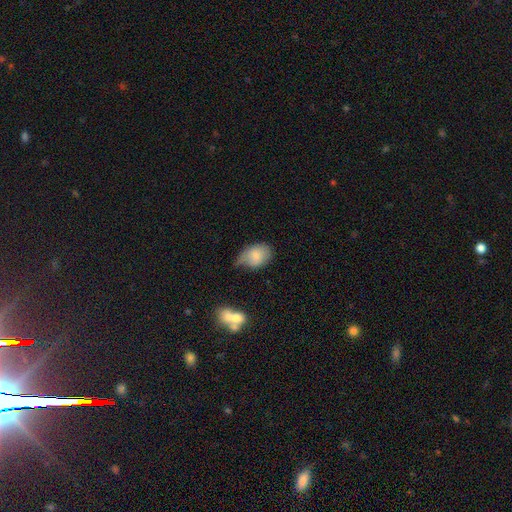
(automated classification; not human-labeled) A smooth galaxy with no disk features (78%) that is in between round and cigar-shaped (78%).

Vote fractions:
- Smooth or featured? smooth: 78% / featured or disk: 15% / star or artifact: 8%
- How rounded? in between: 78% / round: 21% / cigar-shaped: 1%
- Merging? minor disturbance: 42% / none: 38% / major disturbance: 15% / merger: 5%